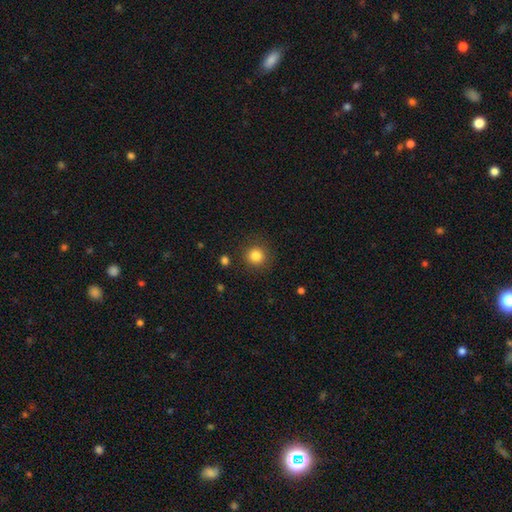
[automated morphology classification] smooth-or-featured: smooth: 84% | star or artifact: 11% | featured or disk: 5%
  how-rounded: round: 93% | in between: 6% | cigar-shaped: 1%
  merging: none: 88% | minor disturbance: 7% | major disturbance: 3% | merger: 2%